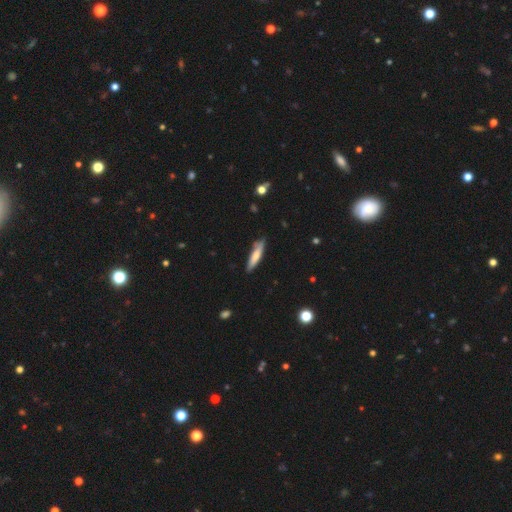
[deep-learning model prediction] smooth_or_featured: smooth (p=0.70) [alt: featured or disk p=0.25]
how_rounded: cigar-shaped (p=0.81) [alt: in between p=0.18]
merging: none (p=0.79) [alt: minor disturbance p=0.16]